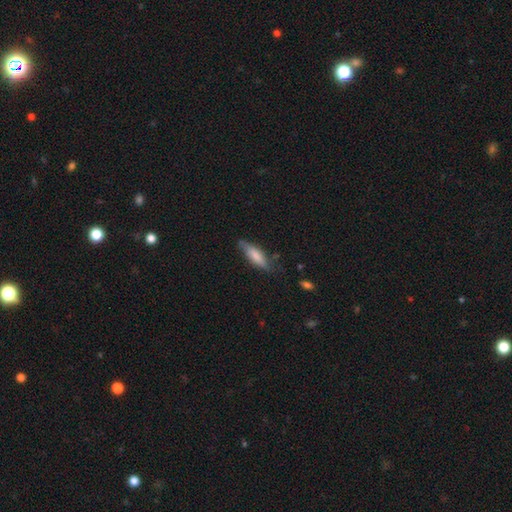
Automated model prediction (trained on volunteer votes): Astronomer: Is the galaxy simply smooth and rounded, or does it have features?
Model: smooth — 72%.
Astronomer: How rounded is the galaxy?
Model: cigar-shaped — 54% (runner-up: in between, 45%).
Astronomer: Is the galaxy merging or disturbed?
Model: none — 65%.